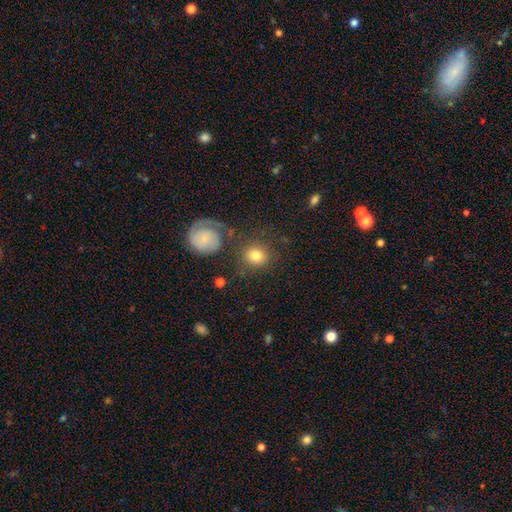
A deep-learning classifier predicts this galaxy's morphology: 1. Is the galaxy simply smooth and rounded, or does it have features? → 79% smooth, 12% featured or disk, 9% star or artifact.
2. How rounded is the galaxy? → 80% round, 19% in between, 1% cigar-shaped.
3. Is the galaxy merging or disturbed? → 74% none, 11% minor disturbance, 8% merger, 7% major disturbance.